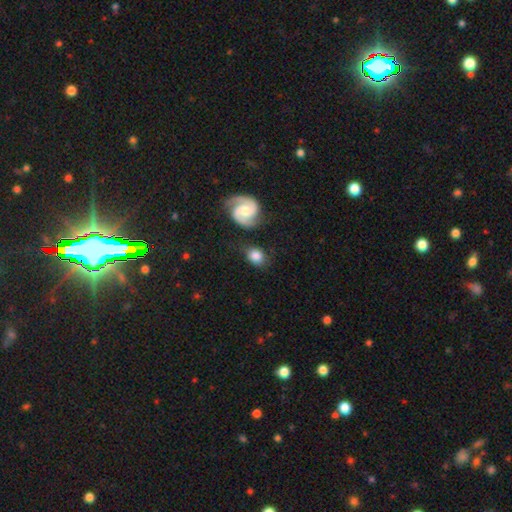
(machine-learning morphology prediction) This is likely a smooth galaxy (68%). How rounded: possibly round (50%). Merging: likely none (69%).